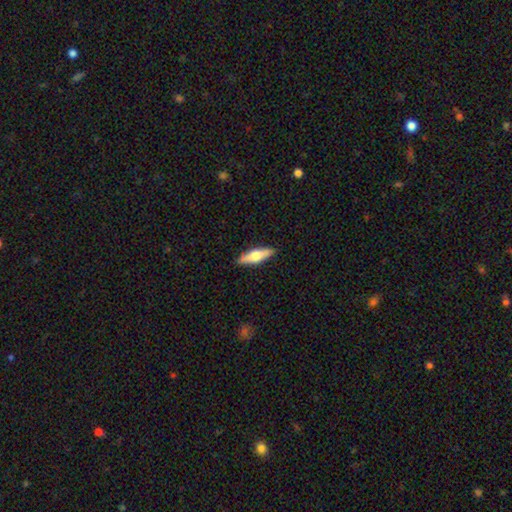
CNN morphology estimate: This is possibly a smooth galaxy (54%). How rounded: possibly cigar-shaped (57%). Merging: clearly none (89%).